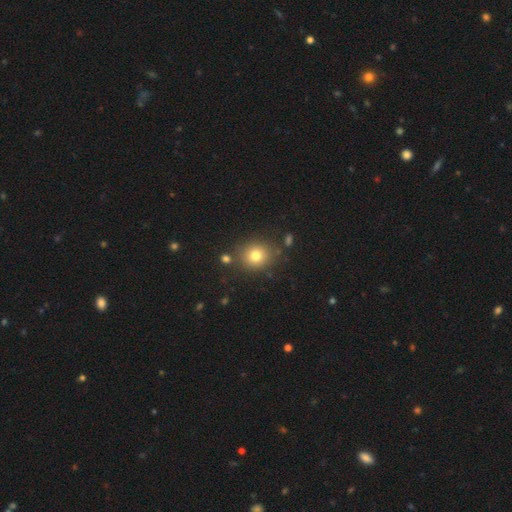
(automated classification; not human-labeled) smooth_or_featured: smooth (p=0.78) [alt: star or artifact p=0.13]
how_rounded: round (p=0.84) [alt: in between p=0.15]
merging: none (p=0.81) [alt: minor disturbance p=0.10]